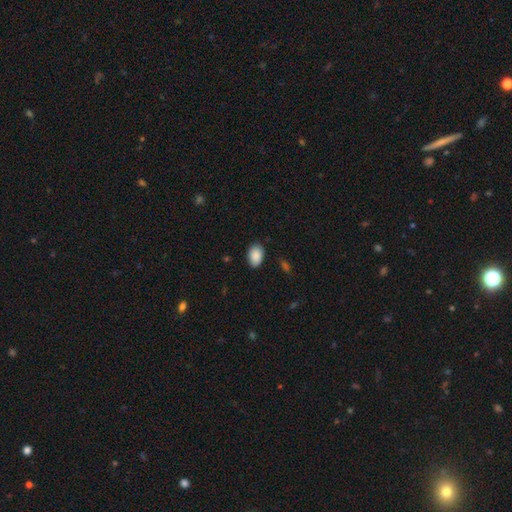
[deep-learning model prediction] smooth_or_featured: smooth (p=0.90) [alt: star or artifact p=0.07]
how_rounded: in between (p=0.87) [alt: round p=0.12]
merging: none (p=0.84) [alt: minor disturbance p=0.12]